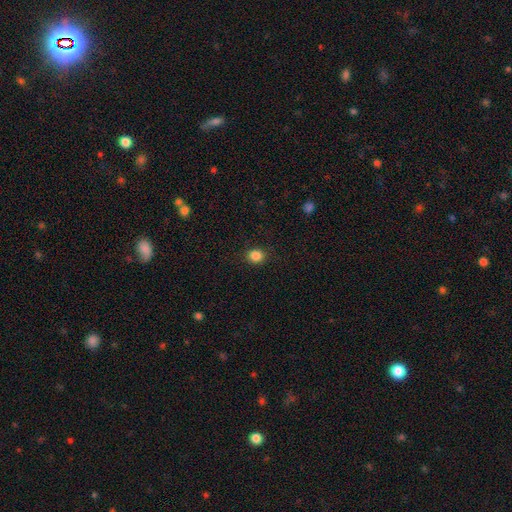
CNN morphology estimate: Q: Smooth or featured?
A: smooth (86%); runner-up: star or artifact (11%)
Q: How rounded?
A: round (74%); runner-up: in between (25%)
Q: Merging?
A: none (88%); runner-up: minor disturbance (8%)